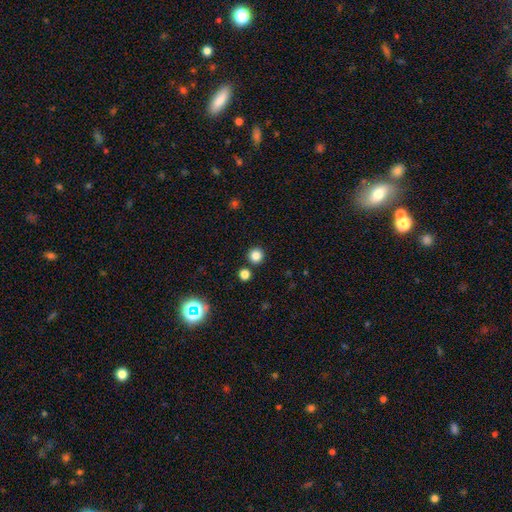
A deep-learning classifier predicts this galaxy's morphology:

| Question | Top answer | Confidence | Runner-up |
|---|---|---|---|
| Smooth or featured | smooth | 82% | star or artifact (13%) |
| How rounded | round | 95% | in between (4%) |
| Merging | none | 88% | merger (5%) |